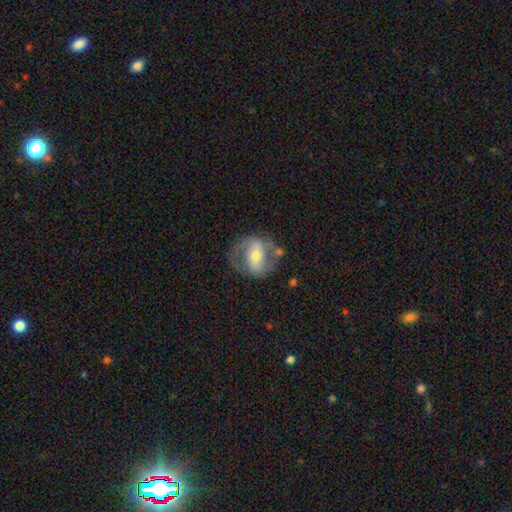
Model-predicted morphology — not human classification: The model was most divided on "bar": strong: 38%, weak: 36%, no: 26%. Remaining: edge-on disk — no (96%); spiral arm count — 2 (84%); spiral arms — yes (78%); smooth or featured — featured or disk (71%); merging — none (67%); bulge size — moderate (58%); spiral winding — medium (50%).